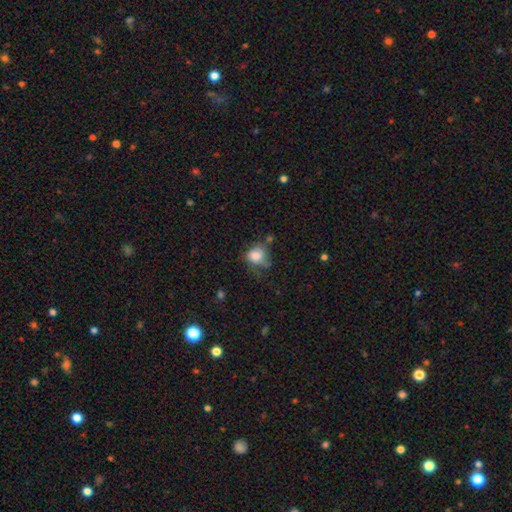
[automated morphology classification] A smooth galaxy with no disk features (76%) that is round (64%).

Vote fractions:
- Smooth or featured? smooth: 76% / featured or disk: 14% / star or artifact: 10%
- How rounded? round: 64% / in between: 35% / cigar-shaped: 1%
- Merging? none: 42% / minor disturbance: 32% / major disturbance: 19% / merger: 7%